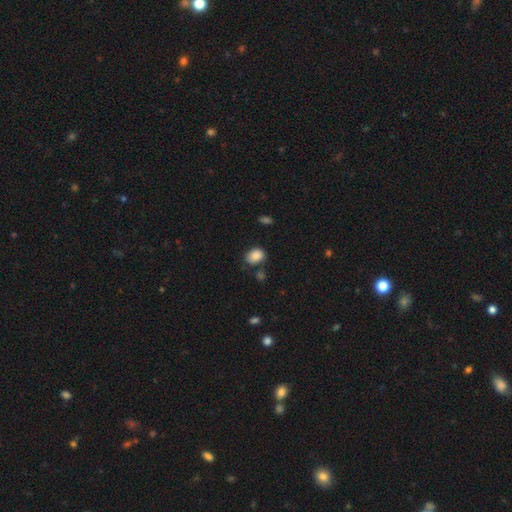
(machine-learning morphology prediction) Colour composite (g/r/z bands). It shows a smooth galaxy with no disk features (88%) that is in between round and cigar-shaped (70%). Merging: none (68%).